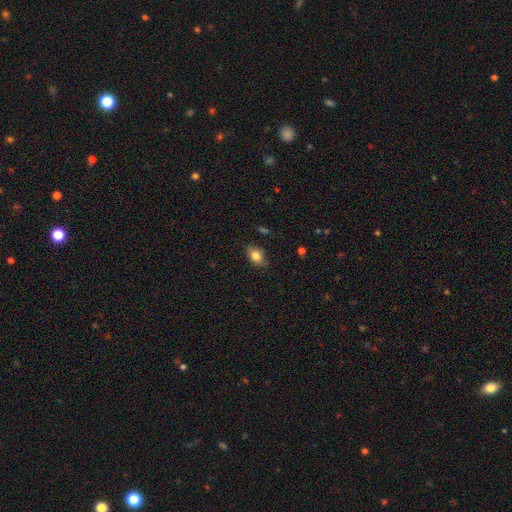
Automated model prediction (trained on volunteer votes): A smooth galaxy with no disk features (81%) that is in between round and cigar-shaped (82%). Merging: none (81%).